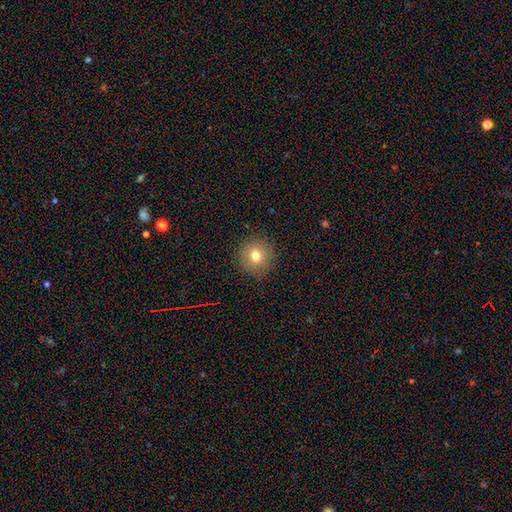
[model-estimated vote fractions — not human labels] Smooth or featured? smooth (76%)
How rounded? round (91%)
Merging? none (89%)